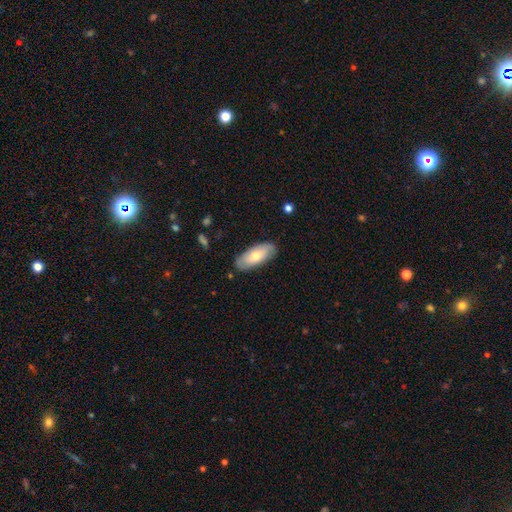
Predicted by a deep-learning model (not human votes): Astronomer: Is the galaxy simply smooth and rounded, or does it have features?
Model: smooth — 67%.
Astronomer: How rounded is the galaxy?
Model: in between — 87%.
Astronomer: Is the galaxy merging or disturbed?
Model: none — 84%.